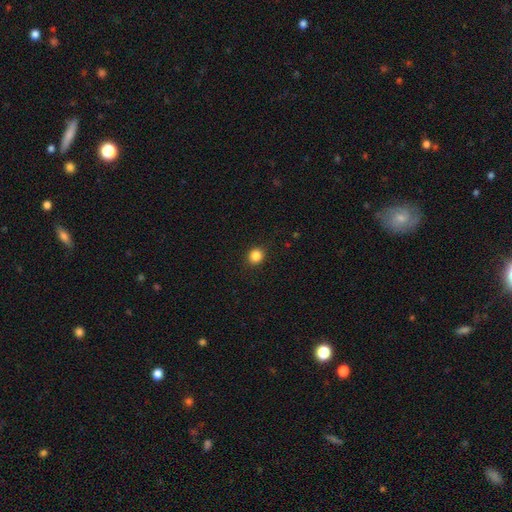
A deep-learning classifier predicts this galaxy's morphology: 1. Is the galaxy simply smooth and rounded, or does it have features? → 85% smooth, 11% star or artifact, 4% featured or disk.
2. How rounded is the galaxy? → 78% round, 21% in between, 1% cigar-shaped.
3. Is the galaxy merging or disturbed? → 91% none, 6% minor disturbance, 2% major disturbance, 1% merger.